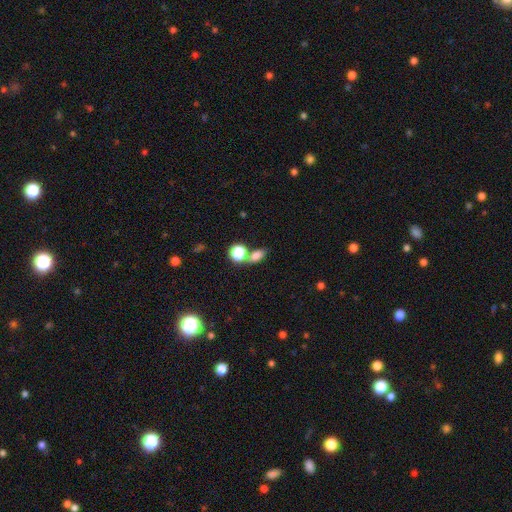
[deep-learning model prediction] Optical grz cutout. It shows a smooth galaxy with no disk features (76%) that is in between round and cigar-shaped (72%). Merging: none (54%).